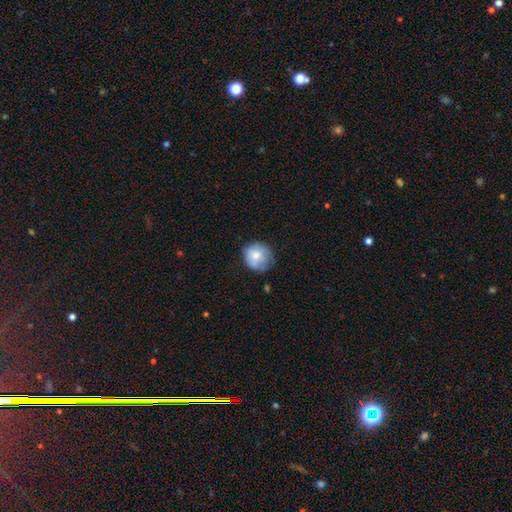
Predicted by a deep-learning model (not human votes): This appears to be a smooth galaxy with no disk features (73%) that is round (88%). Merging: none (66%).